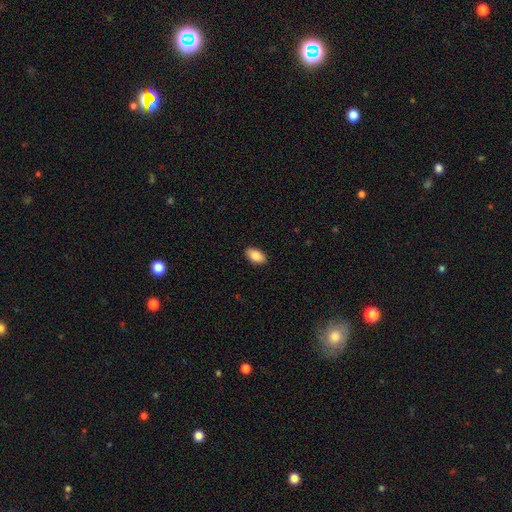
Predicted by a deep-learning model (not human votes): Smooth or featured? Predicted: smooth (p=0.88). How rounded? Predicted: in between (p=0.94). Merging? Predicted: none (p=0.89).